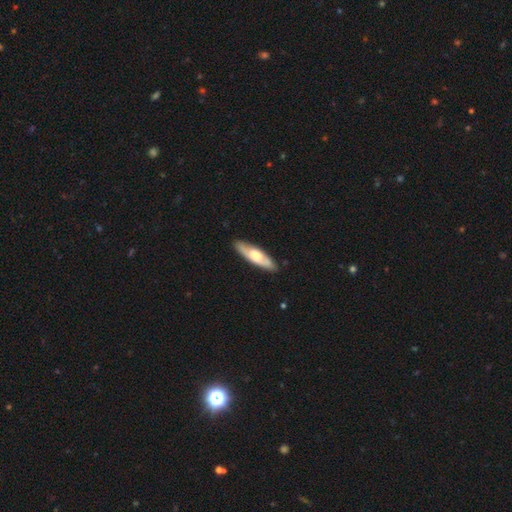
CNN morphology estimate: type=featured or disk (49%); merging=none (87%).